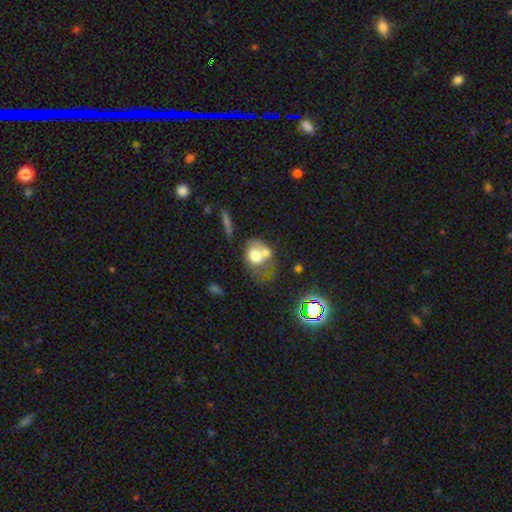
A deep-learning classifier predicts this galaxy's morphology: Smooth or featured? Predicted: smooth (p=0.62). How rounded? Predicted: in between (p=0.51). Merging? Predicted: merger (p=0.50).